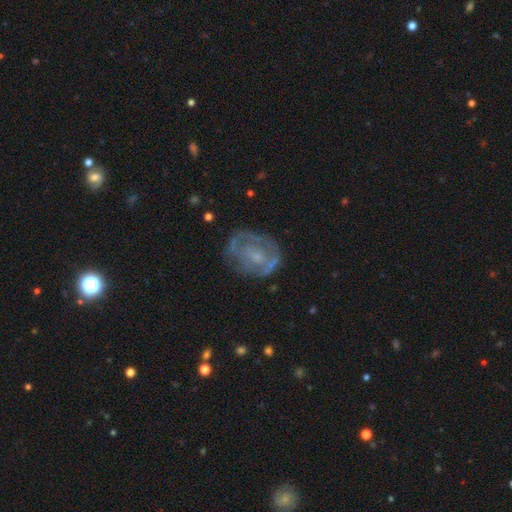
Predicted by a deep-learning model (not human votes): This appears to be a featured or disk galaxy (66%) with no bar (70%), spiral arms (51%) and a small central bulge (50%). Merging: none (61%).